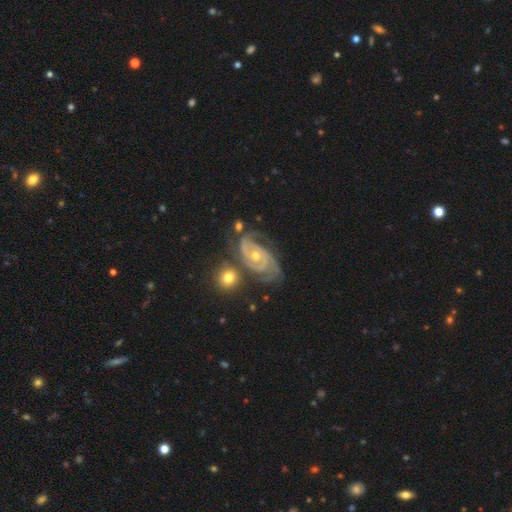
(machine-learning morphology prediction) type=featured or disk (90%); edge-on=no (97%); bar=no (66%); spiral arms=yes (98%); winding=tight (69%); arm count=2 (58%); bulge=small (51%); merging=none (64%).